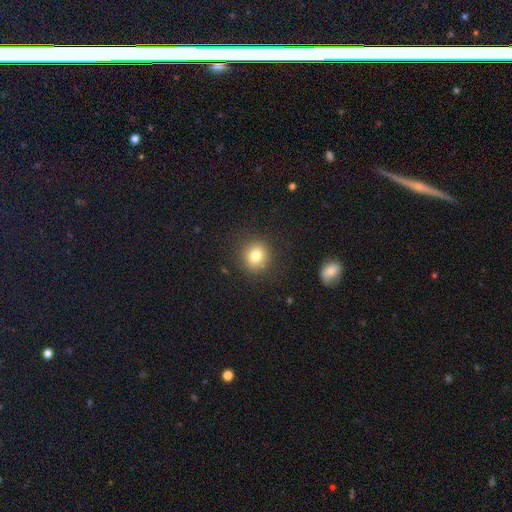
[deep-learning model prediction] smooth 80%, star or artifact 11%, featured or disk 9%. Down the decision tree: how rounded — round (87%); merging — none (87%).